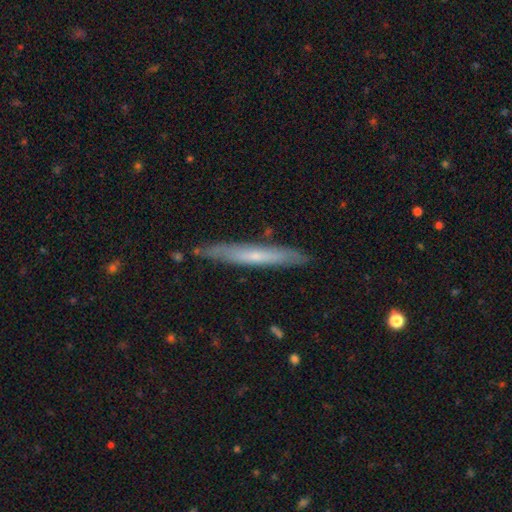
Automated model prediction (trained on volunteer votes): Smooth or featured? featured or disk (51%)
Edge-on disk? yes (86%)
Merging? none (83%)